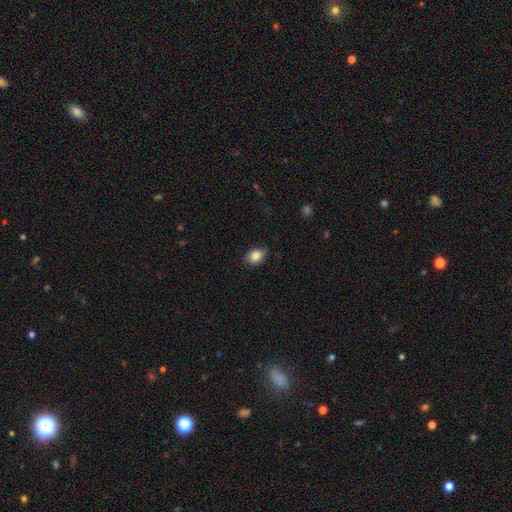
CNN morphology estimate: This appears to be a smooth galaxy with no disk features (79%) that is in between round and cigar-shaped (77%). Merging: none (72%).